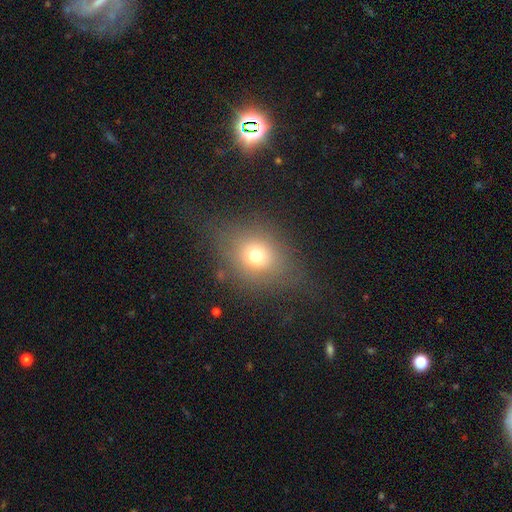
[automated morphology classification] Q: Smooth or featured?
A: smooth (68%); runner-up: star or artifact (16%)
Q: How rounded?
A: round (56%); runner-up: in between (43%)
Q: Merging?
A: none (71%); runner-up: minor disturbance (16%)